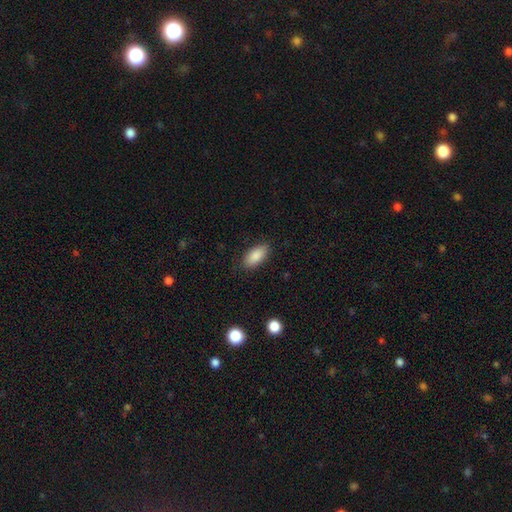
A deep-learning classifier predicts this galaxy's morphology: A smooth galaxy with no disk features (88%) that is in between round and cigar-shaped (92%). Merging: none (85%).